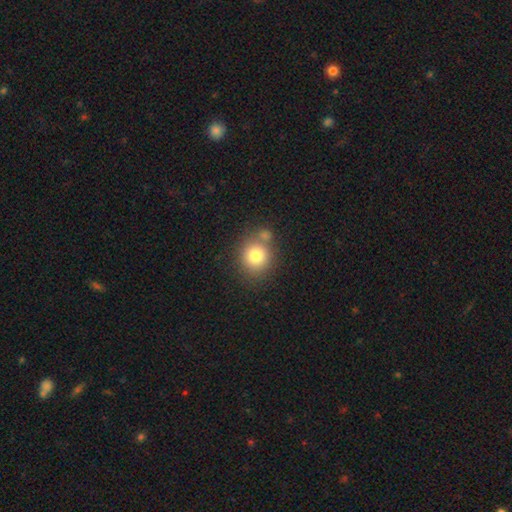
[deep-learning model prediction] smooth 81%, star or artifact 10%, featured or disk 9%. Down the decision tree: how rounded — round (84%); merging — none (63%).